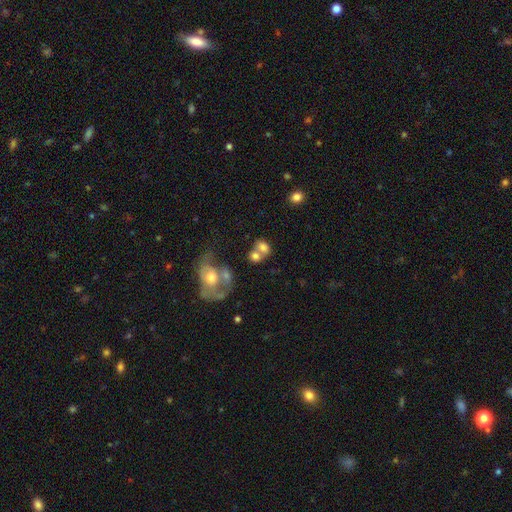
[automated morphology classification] Smooth or featured?
  - smooth: 69% *
  - featured or disk: 21%
  - star or artifact: 11%
How rounded?
  - round: 51% *
  - in between: 48%
  - cigar-shaped: 1%
Merging?
  - merger: 56% *
  - none: 27%
  - minor disturbance: 10%
  - major disturbance: 8%